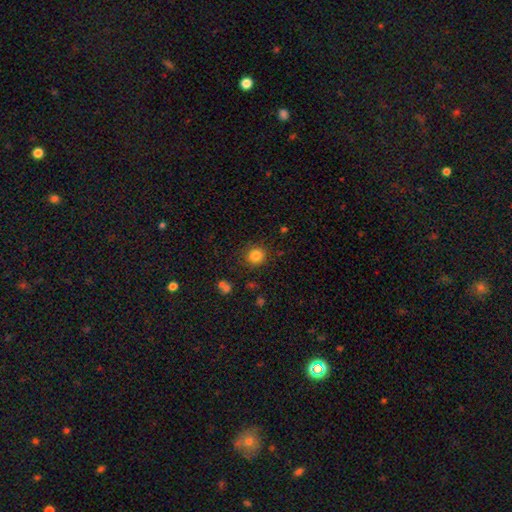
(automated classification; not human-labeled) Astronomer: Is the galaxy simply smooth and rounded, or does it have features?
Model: smooth — 83%.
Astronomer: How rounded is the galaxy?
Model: round — 88%.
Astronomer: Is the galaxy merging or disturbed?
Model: none — 85%.